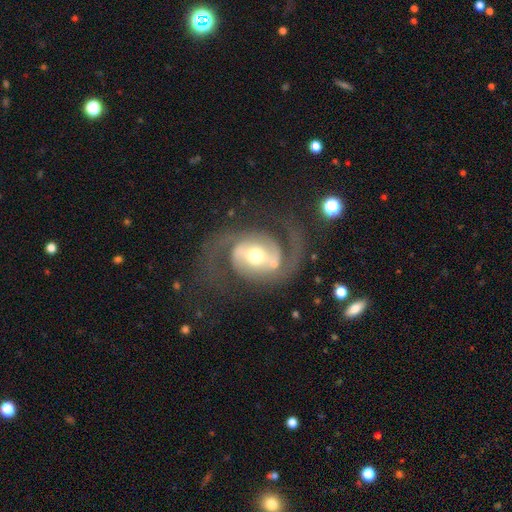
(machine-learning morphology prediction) smooth-or-featured: featured or disk: 89% | smooth: 6% | star or artifact: 5%
  disk-edge-on: no: 98% | yes: 2%
    bar: weak: 37% | no: 35% | strong: 28%
    has-spiral-arms: yes: 97% | no: 3%
      spiral-winding: medium: 56% | loose: 22% | tight: 21%
      spiral-arm-count: 2: 92% | can't tell: 2% | 1: 2% | 3: 2% | 4: 1% | more than 4: 1%
    bulge-size: moderate: 67% | small: 21% | large: 10% | dominant: 1% | none: 1%
  merging: none: 71% | minor disturbance: 13% | major disturbance: 13% | merger: 3%